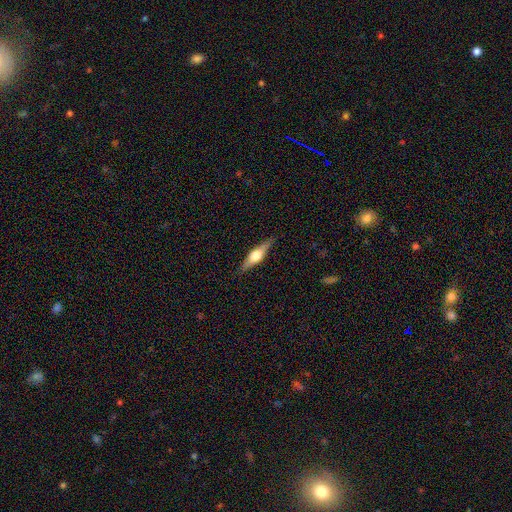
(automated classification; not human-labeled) Smooth or featured? featured or disk (63%)
Edge-on disk? yes (96%)
Edge-on bulge? rounded (91%)
Merging? none (88%)